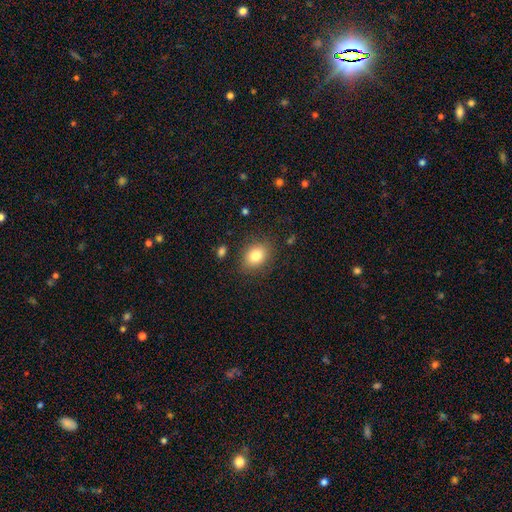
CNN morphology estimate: This is clearly a smooth galaxy (81%). How rounded: likely in between (63%). Merging: clearly none (83%).